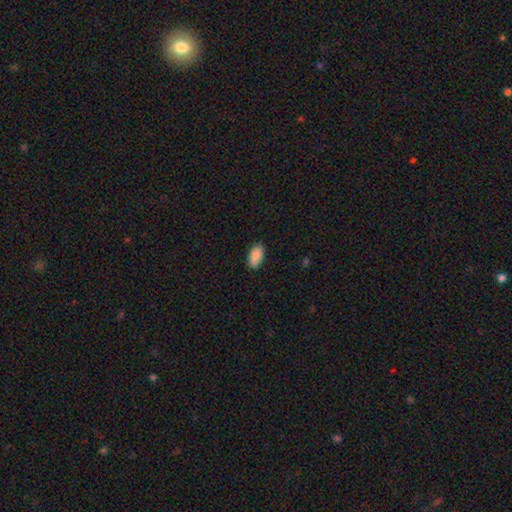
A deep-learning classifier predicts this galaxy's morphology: Smooth or featured?
  - smooth: 89% *
  - star or artifact: 7%
  - featured or disk: 4%
How rounded?
  - in between: 94% *
  - cigar-shaped: 3%
  - round: 3%
Merging?
  - none: 85% *
  - minor disturbance: 12%
  - major disturbance: 2%
  - merger: 1%